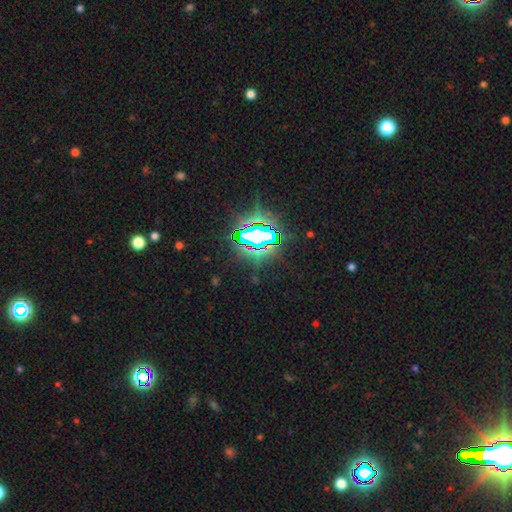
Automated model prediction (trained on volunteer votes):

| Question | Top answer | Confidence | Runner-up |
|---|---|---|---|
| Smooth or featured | star or artifact | 81% | smooth (10%) |